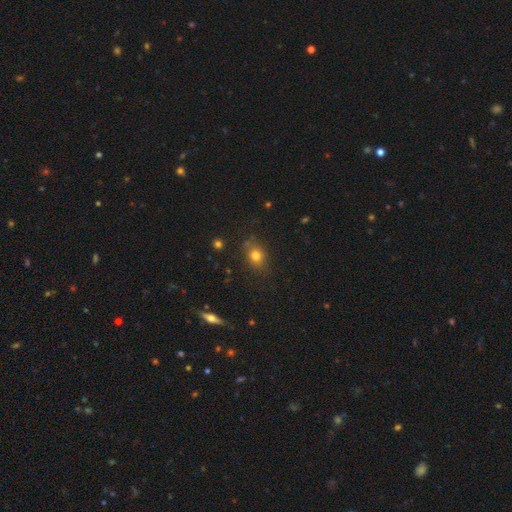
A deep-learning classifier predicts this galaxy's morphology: A smooth galaxy with no disk features (76%) that is round (55%). Merging: none (76%).